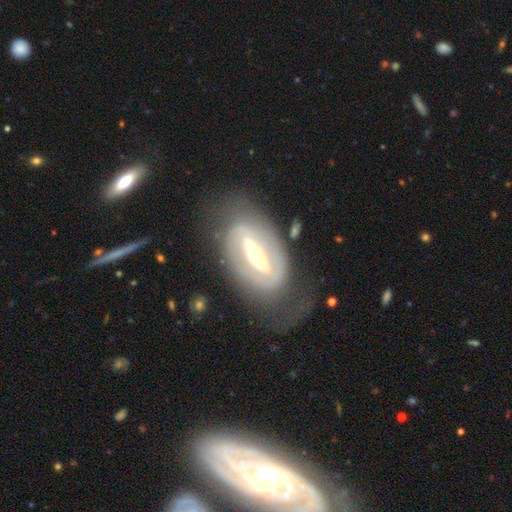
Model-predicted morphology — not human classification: featured or disk 82%, smooth 13%, star or artifact 5%. Down the decision tree: edge-on disk — no (92%); bar — strong (66%); spiral arms — yes (68%); spiral arm count — 2 (67%); spiral winding — tight (50%); bulge size — moderate (51%); merging — none (60%).